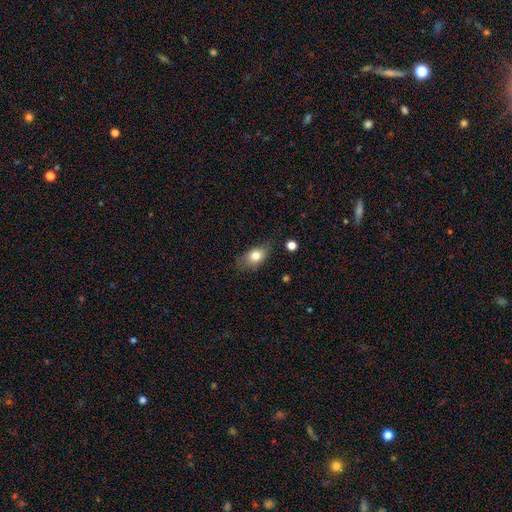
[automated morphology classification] Q: Smooth or featured?
A: smooth (79%); runner-up: featured or disk (13%)
Q: How rounded?
A: in between (77%); runner-up: round (21%)
Q: Merging?
A: none (66%); runner-up: minor disturbance (25%)